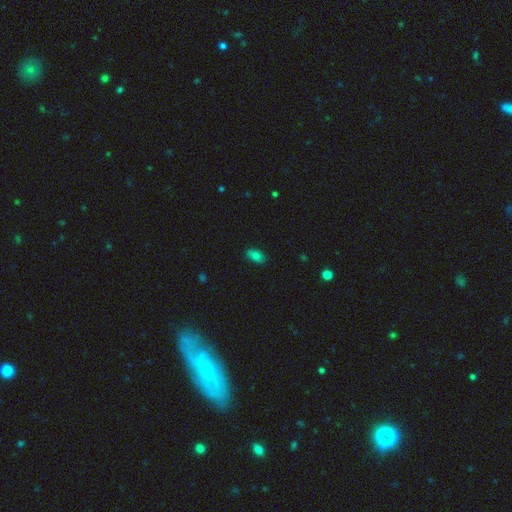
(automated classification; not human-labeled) This appears to be a smooth galaxy with no disk features (78%) that is in between round and cigar-shaped (90%). Merging: none (85%).